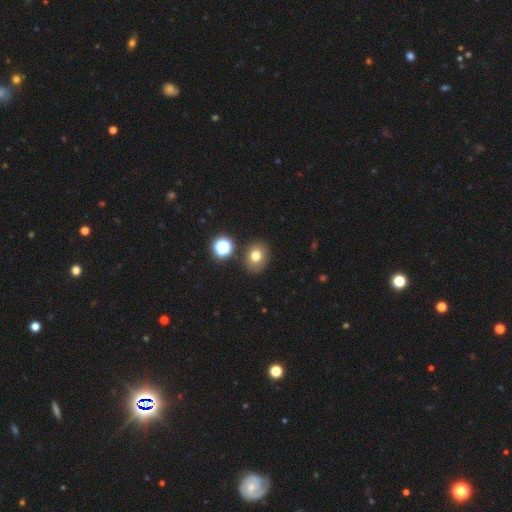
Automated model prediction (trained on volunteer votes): Morphology: type=smooth (75%); roundness=round (56%); merging=none (83%).